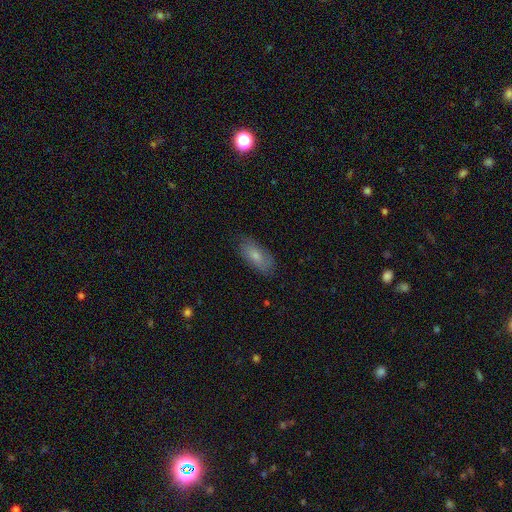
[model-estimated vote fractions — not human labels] The model was most divided on "smooth or featured": smooth: 69%, featured or disk: 23%, star or artifact: 7%. More confident: how rounded — in between (83%); merging — none (80%).